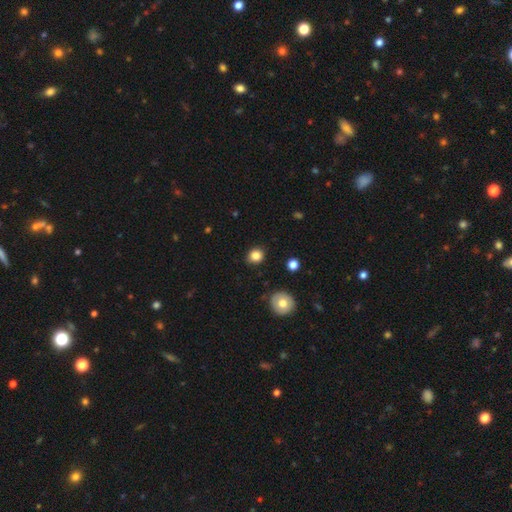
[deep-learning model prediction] The model was most divided on "how rounded": round: 81%, in between: 18%, cigar-shaped: 1%. More confident: merging — none (88%); smooth or featured — smooth (84%).